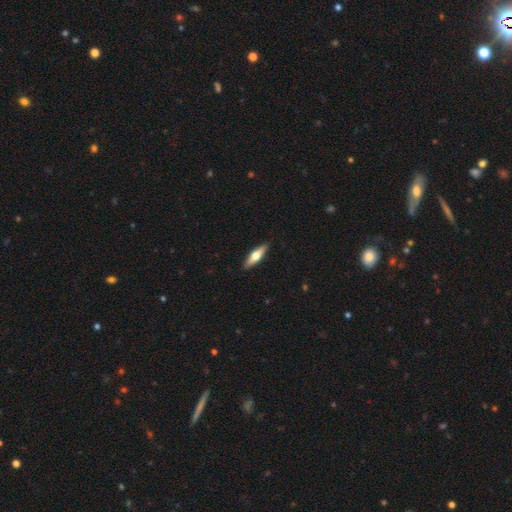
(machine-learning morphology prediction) The model was most divided on "smooth or featured": featured or disk: 48%, smooth: 47%, star or artifact: 5%. More confident: merging — none (91%).